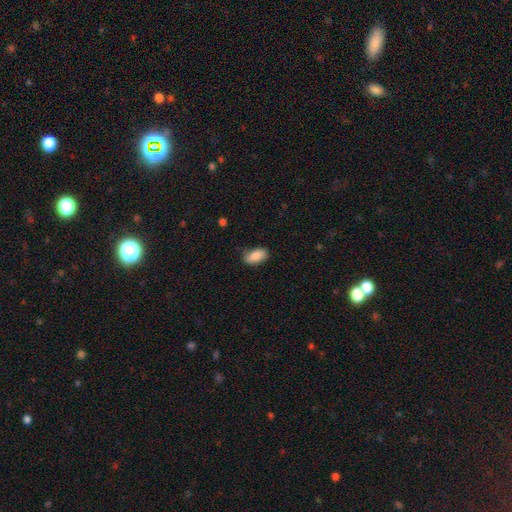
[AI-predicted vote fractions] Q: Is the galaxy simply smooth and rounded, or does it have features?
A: smooth — 86%.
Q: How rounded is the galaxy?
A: in between — 92%.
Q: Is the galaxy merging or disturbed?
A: none — 78%.